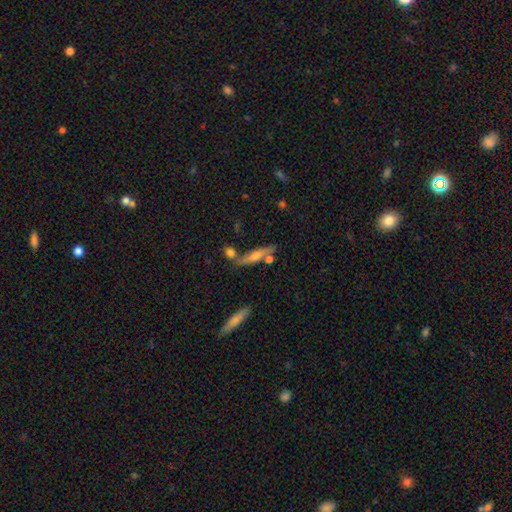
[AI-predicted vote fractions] Smooth or featured?
  - featured or disk: 49% *
  - smooth: 42%
  - star or artifact: 8%
Merging?
  - none: 62% *
  - merger: 17%
  - minor disturbance: 16%
  - major disturbance: 5%